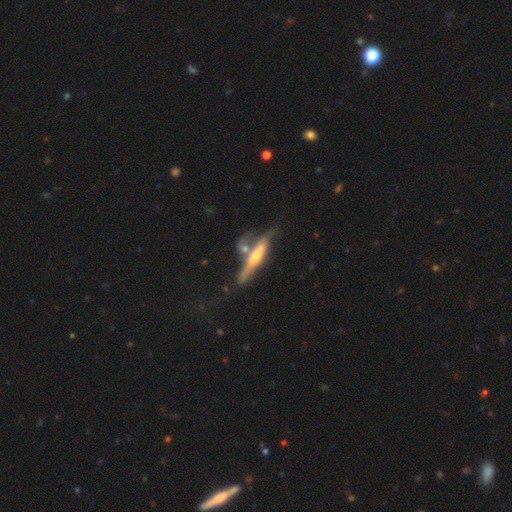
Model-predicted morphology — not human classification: The model was most divided on "merging": merger: 36%, none: 35%, minor disturbance: 18%, major disturbance: 11%. More confident: edge-on disk — yes (79%); smooth or featured — featured or disk (59%).